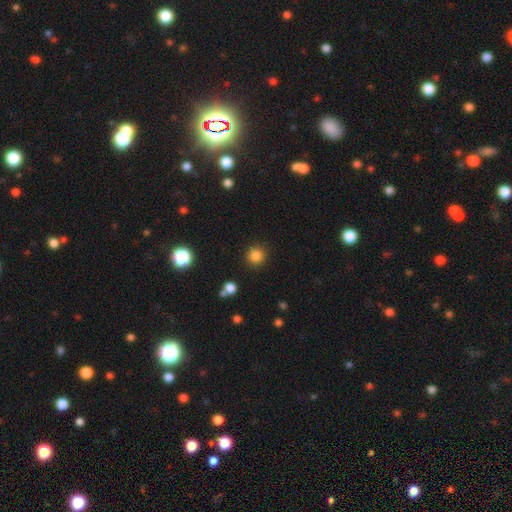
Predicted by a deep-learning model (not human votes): Overall: smooth (83%). How rounded: round (93%). Merging: none (90%).